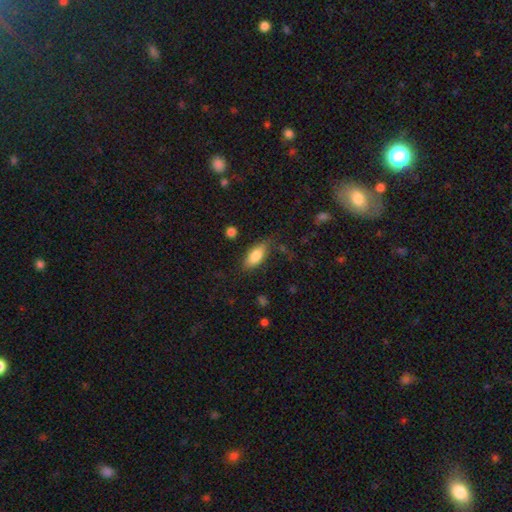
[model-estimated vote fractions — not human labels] A smooth galaxy with no disk features (79%) that is in between round and cigar-shaped (85%). Merging: none (73%).